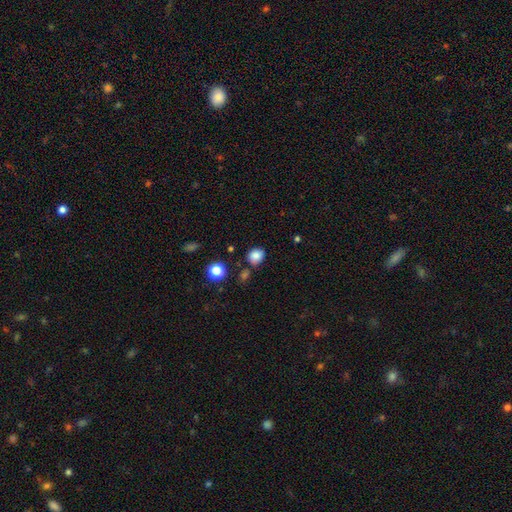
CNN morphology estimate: smooth_or_featured: smooth (p=0.83) [alt: star or artifact p=0.11]
how_rounded: round (p=0.74) [alt: in between p=0.25]
merging: none (p=0.76) [alt: minor disturbance p=0.15]